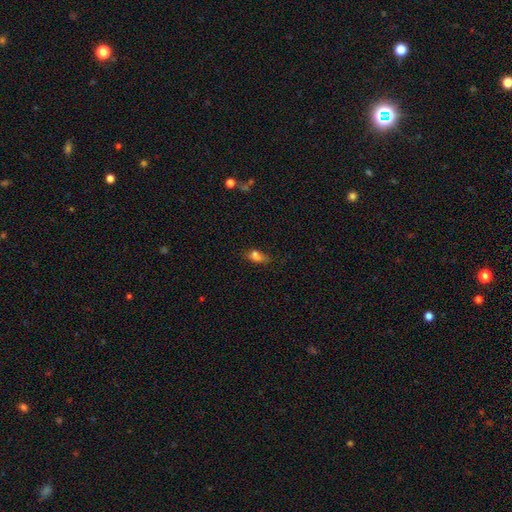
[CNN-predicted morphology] Smooth or featured?
  - smooth: 71% *
  - star or artifact: 17%
  - featured or disk: 13%
How rounded?
  - in between: 76% *
  - cigar-shaped: 13%
  - round: 12%
Merging?
  - none: 41% *
  - minor disturbance: 30%
  - major disturbance: 18%
  - merger: 11%